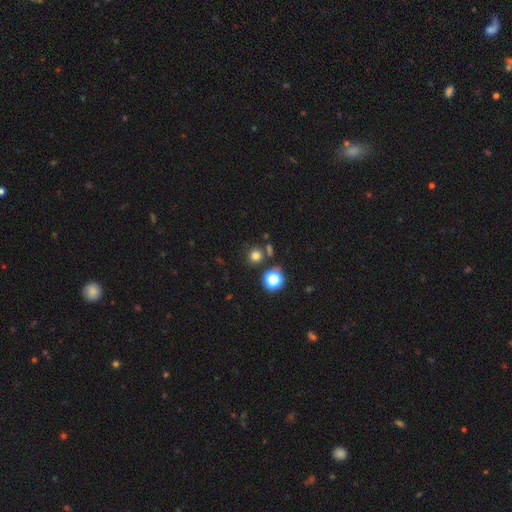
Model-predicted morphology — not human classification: This appears to be a smooth galaxy with no disk features (74%) that is round (91%). Merging: none (79%).